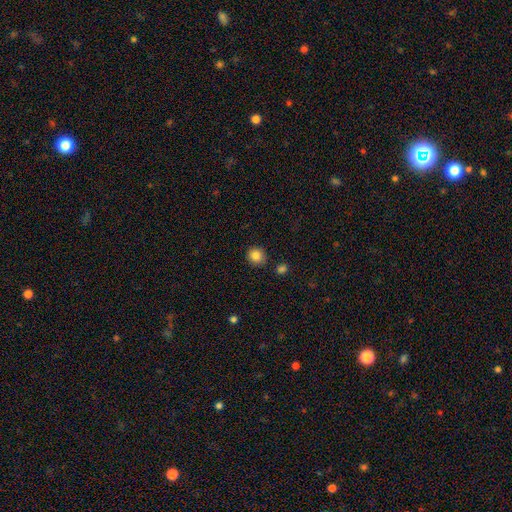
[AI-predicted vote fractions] smooth_or_featured: smooth (p=0.85) [alt: star or artifact p=0.10]
how_rounded: round (p=0.89) [alt: in between p=0.10]
merging: none (p=0.87) [alt: minor disturbance p=0.08]